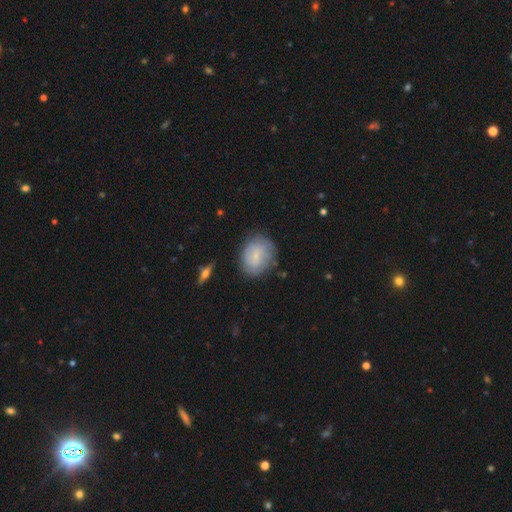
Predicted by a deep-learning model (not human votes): Smooth or featured?
  - smooth: 60% *
  - featured or disk: 32%
  - star or artifact: 8%
How rounded?
  - in between: 58% *
  - round: 40%
  - cigar-shaped: 1%
Merging?
  - none: 73% *
  - minor disturbance: 19%
  - major disturbance: 5%
  - merger: 2%